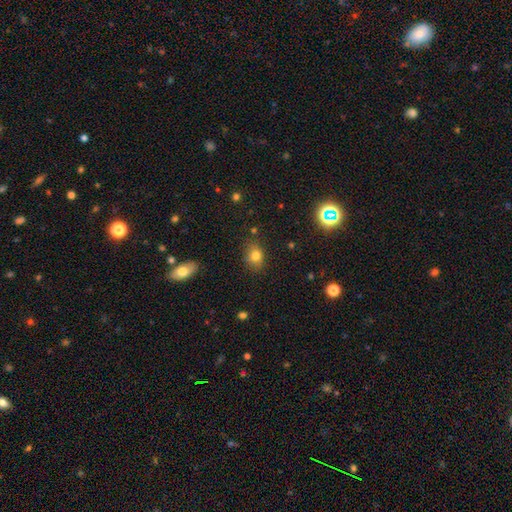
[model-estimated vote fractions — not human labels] A smooth galaxy with no disk features (78%) that is in between round and cigar-shaped (58%). Merging: none (79%).